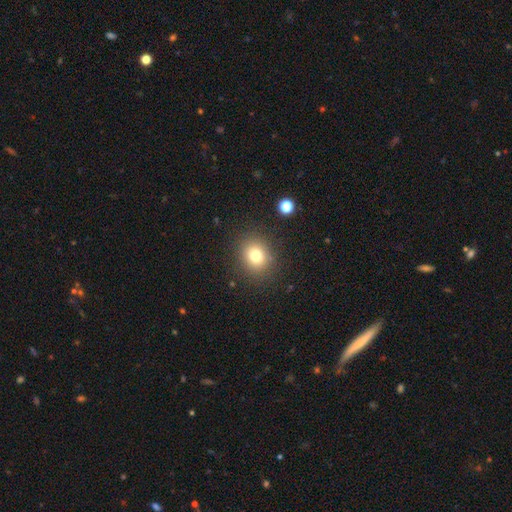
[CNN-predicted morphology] A smooth galaxy with no disk features (76%) that is round (75%).

Vote fractions:
- Smooth or featured? smooth: 76% / star or artifact: 14% / featured or disk: 10%
- How rounded? round: 75% / in between: 25% / cigar-shaped: 1%
- Merging? none: 86% / minor disturbance: 8% / major disturbance: 4% / merger: 2%